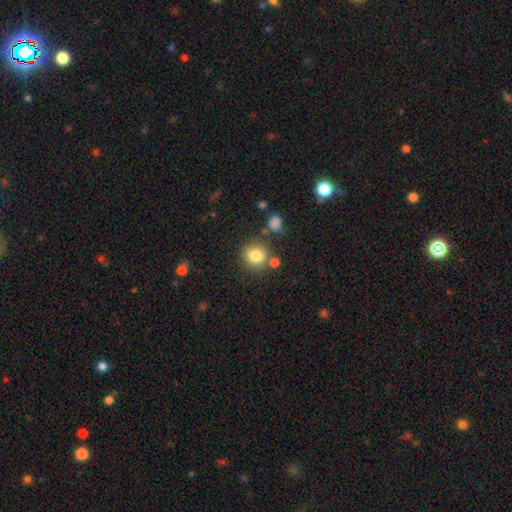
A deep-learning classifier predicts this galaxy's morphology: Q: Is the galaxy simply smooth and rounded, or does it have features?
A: smooth — 82%.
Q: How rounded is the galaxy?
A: round — 88%.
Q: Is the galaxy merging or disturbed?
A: none — 77%.